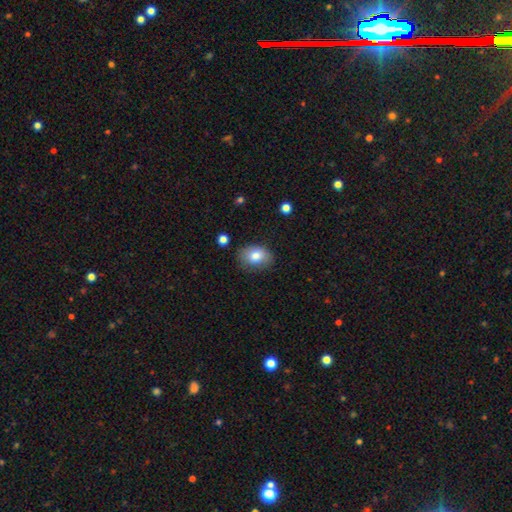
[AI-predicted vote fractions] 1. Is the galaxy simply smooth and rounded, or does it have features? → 80% smooth, 12% featured or disk, 8% star or artifact.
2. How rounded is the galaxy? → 73% in between, 26% round, 1% cigar-shaped.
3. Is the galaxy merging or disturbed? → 76% none, 18% minor disturbance, 4% major disturbance, 2% merger.